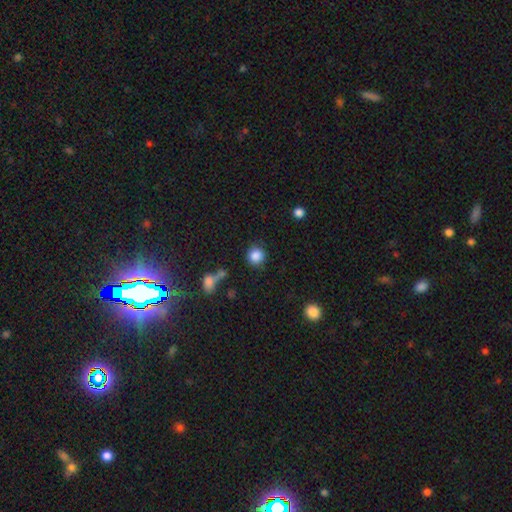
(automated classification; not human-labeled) The model was most divided on "merging": none: 82%, minor disturbance: 9%, merger: 5%, major disturbance: 4%. More confident: how rounded — round (91%); smooth or featured — smooth (86%).